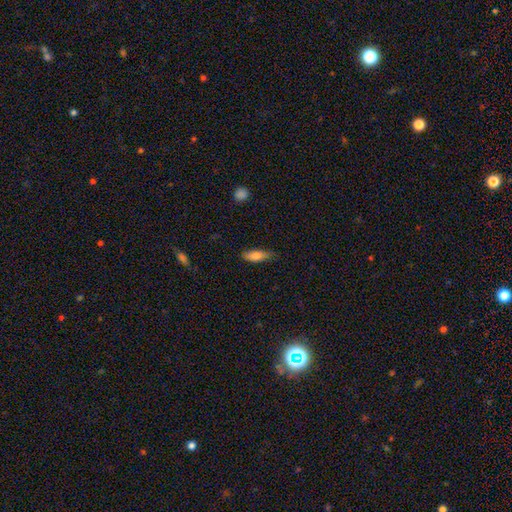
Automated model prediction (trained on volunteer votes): Overall: smooth (77%). How rounded: in between (69%). Merging: none (70%).